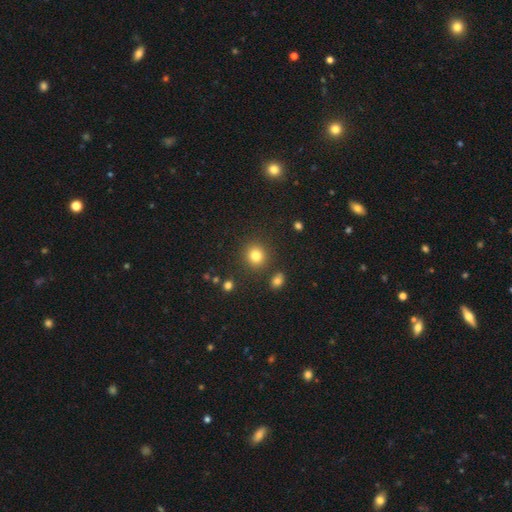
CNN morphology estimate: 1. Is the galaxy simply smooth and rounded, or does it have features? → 81% smooth, 13% star or artifact, 6% featured or disk.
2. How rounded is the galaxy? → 88% round, 11% in between, 1% cigar-shaped.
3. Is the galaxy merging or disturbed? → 86% none, 7% minor disturbance, 4% merger, 3% major disturbance.